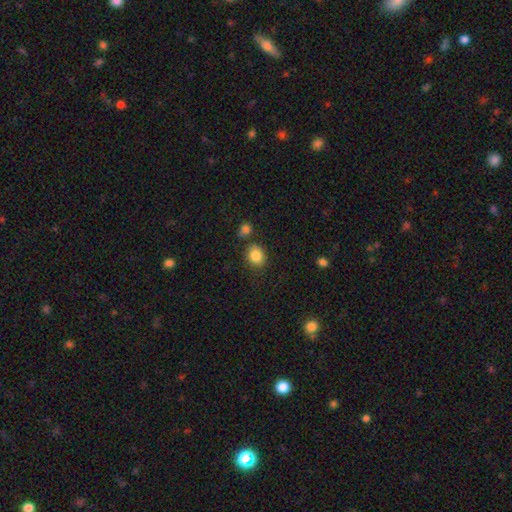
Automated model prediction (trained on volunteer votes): This is clearly a smooth galaxy (85%). How rounded: possibly round (59%). Merging: likely none (77%).